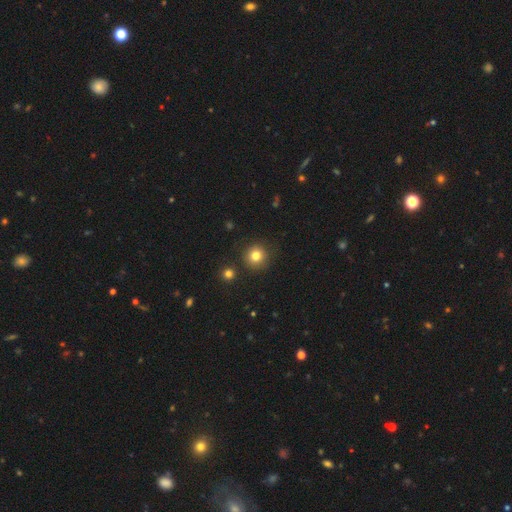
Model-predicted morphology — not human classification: Smooth or featured?
  - smooth: 80% *
  - star or artifact: 13%
  - featured or disk: 7%
How rounded?
  - round: 94% *
  - in between: 5%
  - cigar-shaped: 1%
Merging?
  - none: 88% *
  - minor disturbance: 6%
  - merger: 3%
  - major disturbance: 2%